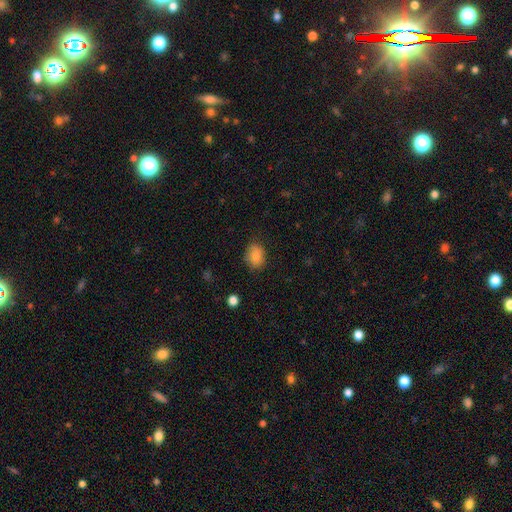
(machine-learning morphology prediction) A smooth galaxy with no disk features (86%) that is in between round and cigar-shaped (62%). Merging: none (78%).